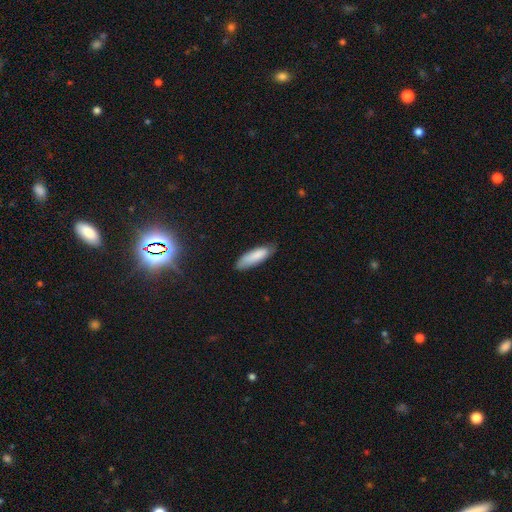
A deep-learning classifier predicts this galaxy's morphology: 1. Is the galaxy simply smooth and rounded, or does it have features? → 84% smooth, 10% featured or disk, 6% star or artifact.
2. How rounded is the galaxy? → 51% in between, 48% cigar-shaped, 1% round.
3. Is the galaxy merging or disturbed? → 72% none, 23% minor disturbance, 4% major disturbance, 1% merger.